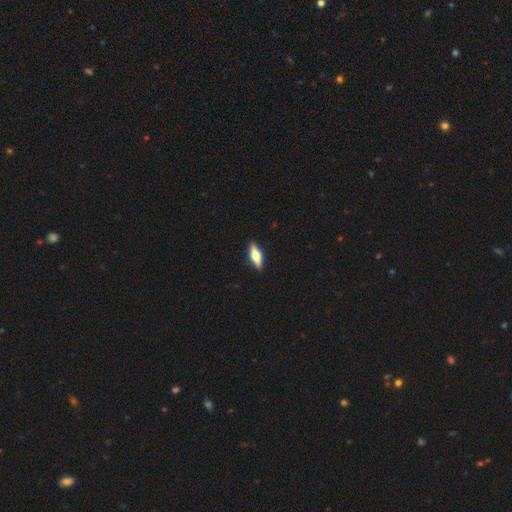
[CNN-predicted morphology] smooth-or-featured: smooth: 52% | featured or disk: 41% | star or artifact: 6%
  how-rounded: in between: 57% | cigar-shaped: 40% | round: 3%
  merging: none: 89% | minor disturbance: 8% | major disturbance: 2% | merger: 1%